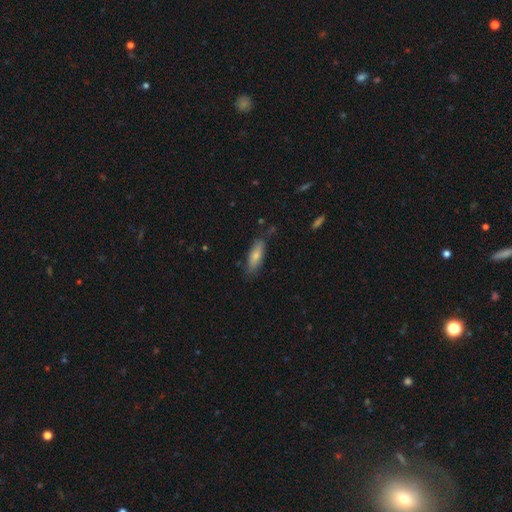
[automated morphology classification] A smooth galaxy with no disk features (75%) that is in between round and cigar-shaped (60%). Merging: none (75%).